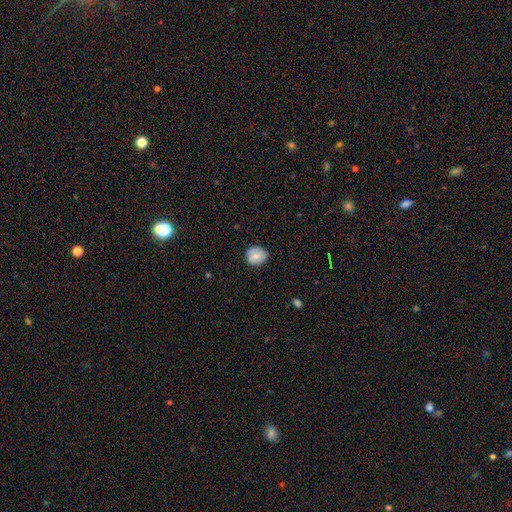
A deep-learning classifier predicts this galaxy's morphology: This is likely a smooth galaxy (71%). How rounded: likely round (74%). Merging: likely none (77%).